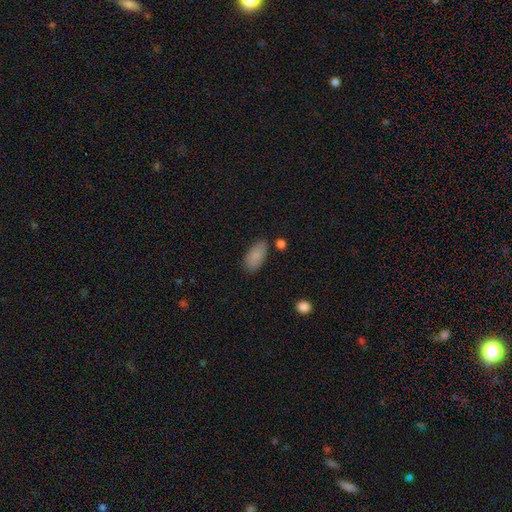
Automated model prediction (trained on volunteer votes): smooth 85%, featured or disk 8%, star or artifact 7%. Down the decision tree: how rounded — in between (93%); merging — none (75%).